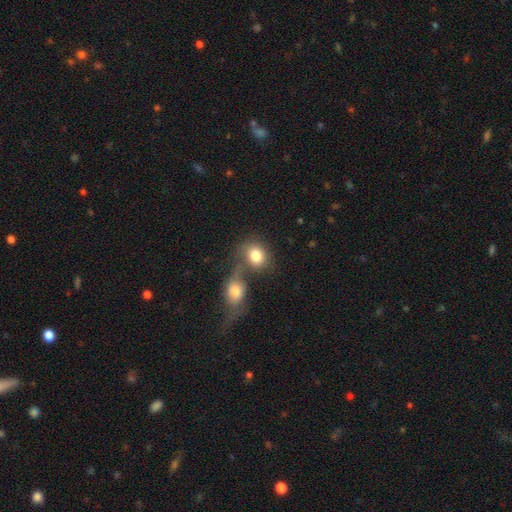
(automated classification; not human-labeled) smooth 80%, featured or disk 11%, star or artifact 8%. Down the decision tree: how rounded — round (58%); merging — merger (52%).